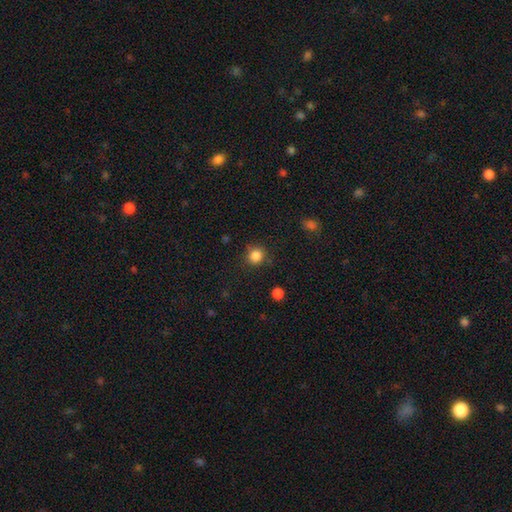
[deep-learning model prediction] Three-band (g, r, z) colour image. It shows a smooth galaxy with no disk features (85%) that is round (89%). Merging: none (82%).